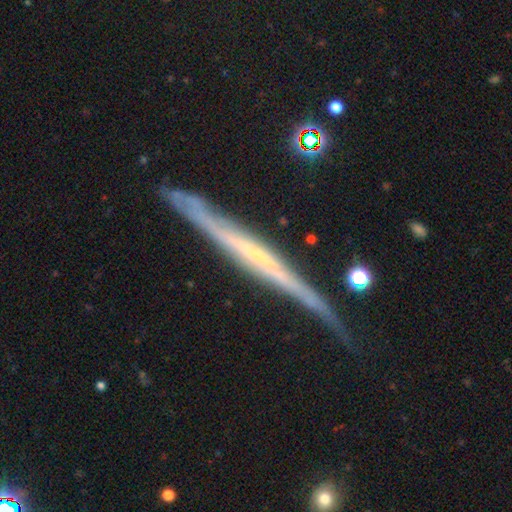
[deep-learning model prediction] Morphology: type=featured or disk (77%); edge-on=yes (94%); edge-on bulge=none (72%); merging=none (70%).